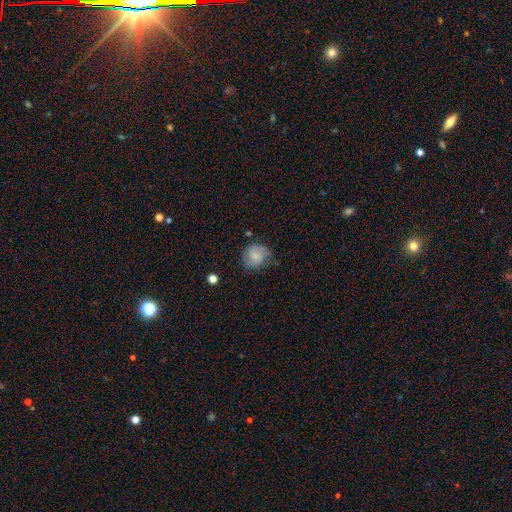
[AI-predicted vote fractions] smooth-or-featured: smooth: 57% | featured or disk: 35% | star or artifact: 8%
  how-rounded: round: 75% | in between: 24% | cigar-shaped: 1%
  merging: none: 56% | minor disturbance: 31% | major disturbance: 10% | merger: 2%